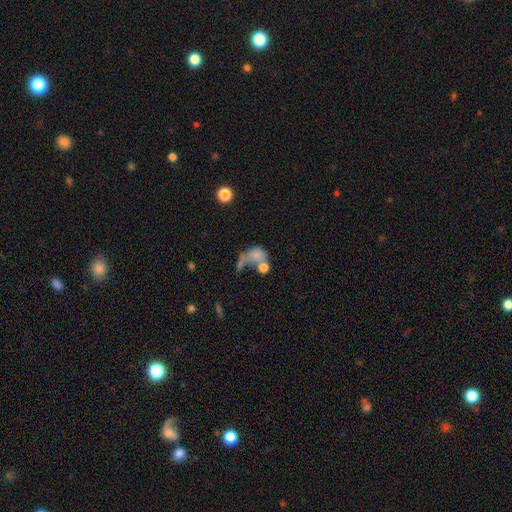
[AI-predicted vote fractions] The model was most divided on "merging": merger: 40%, major disturbance: 33%, none: 16%, minor disturbance: 12%. More confident: smooth or featured — smooth (60%); how rounded — in between (57%).